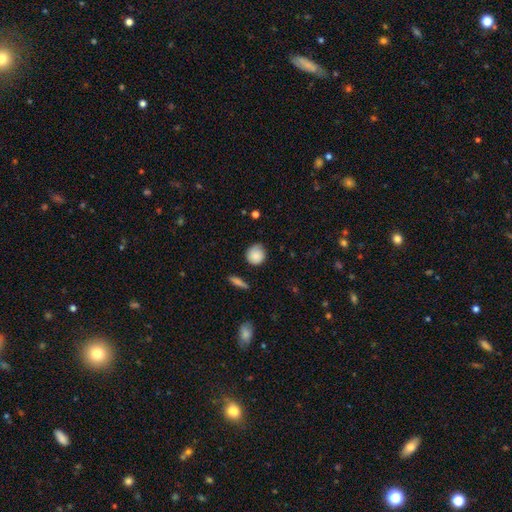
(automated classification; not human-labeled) smooth_or_featured: smooth (p=0.86) [alt: star or artifact p=0.07]
how_rounded: round (p=0.89) [alt: in between p=0.09]
merging: none (p=0.81) [alt: minor disturbance p=0.15]